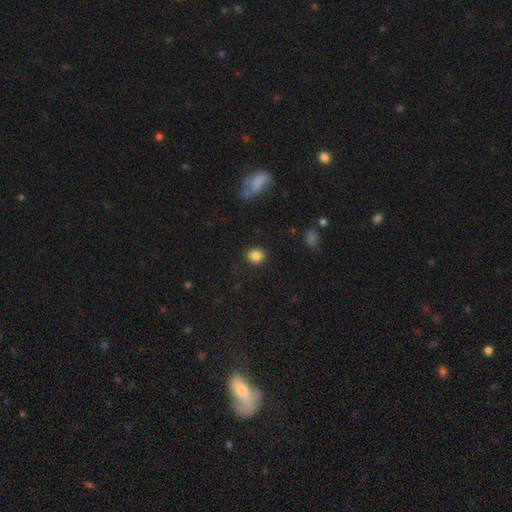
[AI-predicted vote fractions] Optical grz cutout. It shows a smooth galaxy with no disk features (85%) that is round (80%). Merging: none (89%).